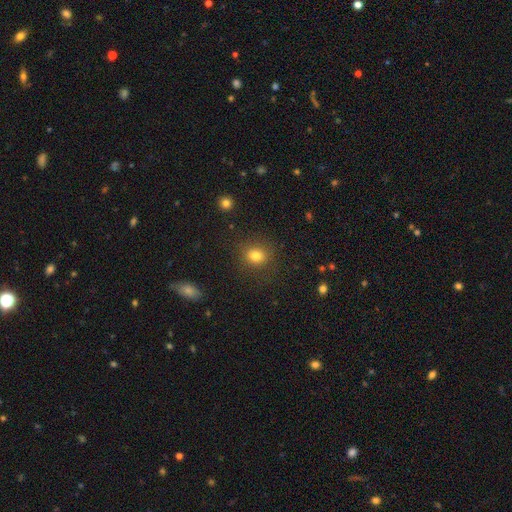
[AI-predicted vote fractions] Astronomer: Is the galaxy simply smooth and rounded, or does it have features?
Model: smooth — 80%.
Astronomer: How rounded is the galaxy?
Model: round — 71%.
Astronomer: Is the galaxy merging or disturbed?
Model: none — 83%.